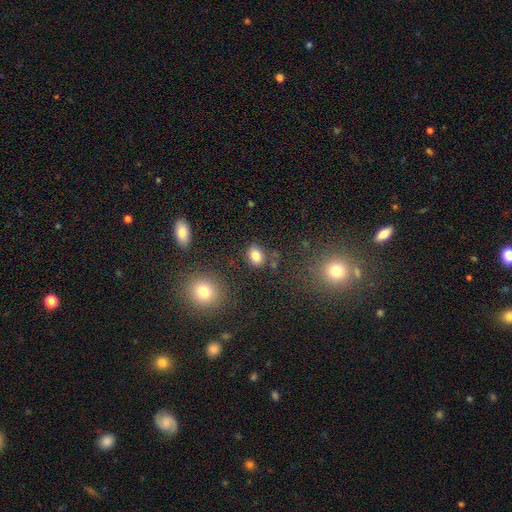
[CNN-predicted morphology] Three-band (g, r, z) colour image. It shows a smooth galaxy with no disk features (82%) that is in between round and cigar-shaped (65%). Merging: none (80%).